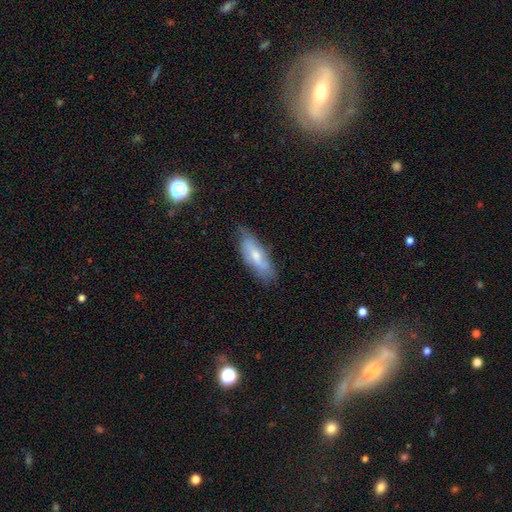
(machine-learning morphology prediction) Smooth or featured? Predicted: smooth (p=0.52). How rounded? Predicted: in between (p=0.60). Merging? Predicted: none (p=0.70).